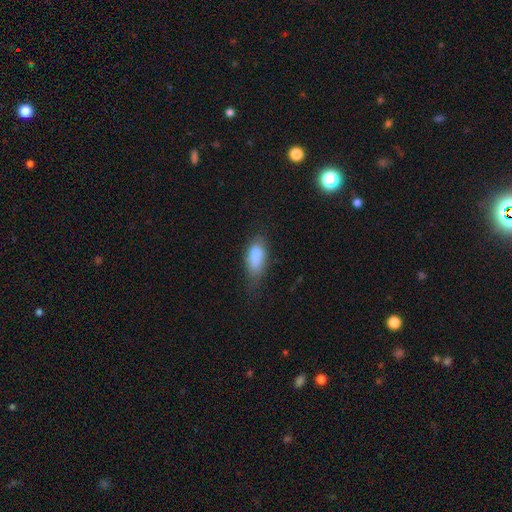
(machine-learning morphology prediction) Smooth or featured? smooth (79%)
How rounded? in between (83%)
Merging? none (43%)